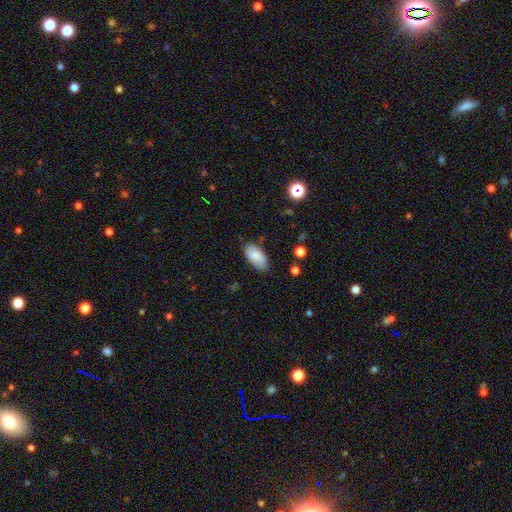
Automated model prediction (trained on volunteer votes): A smooth galaxy with no disk features (82%) that is in between round and cigar-shaped (94%).

Vote fractions:
- Smooth or featured? smooth: 82% / featured or disk: 11% / star or artifact: 7%
- How rounded? in between: 94% / cigar-shaped: 4% / round: 2%
- Merging? none: 79% / minor disturbance: 17% / major disturbance: 3% / merger: 1%